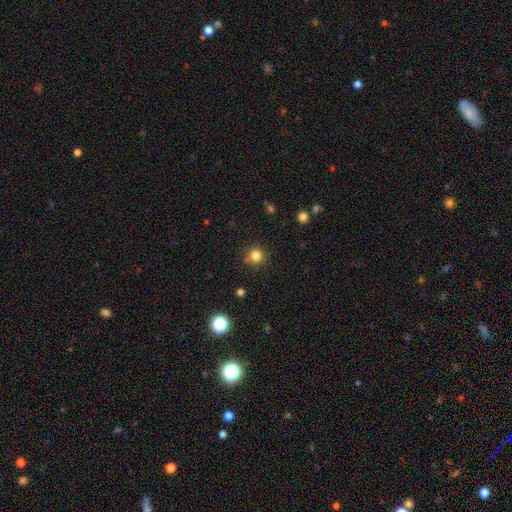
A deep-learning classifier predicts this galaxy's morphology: This is clearly a smooth galaxy (82%). How rounded: clearly round (94%). Merging: clearly none (86%).